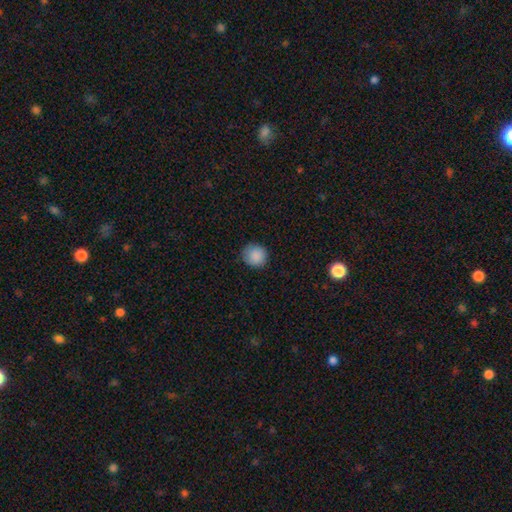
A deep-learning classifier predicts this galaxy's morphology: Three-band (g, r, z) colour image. It shows a smooth galaxy with no disk features (88%) that is round (92%). Merging: none (86%).